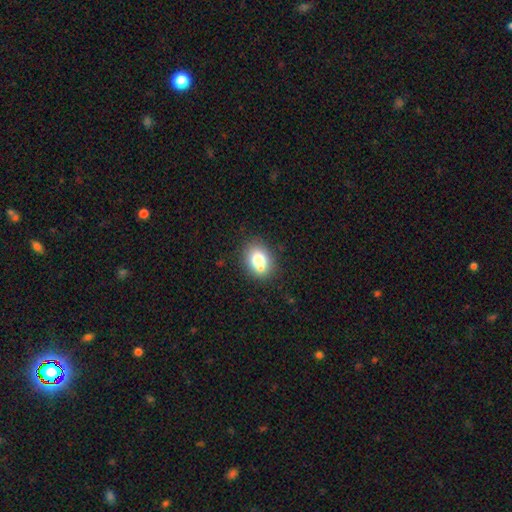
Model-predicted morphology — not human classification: smooth-or-featured: smooth: 73% | featured or disk: 17% | star or artifact: 10%
  how-rounded: in between: 55% | round: 44% | cigar-shaped: 1%
  merging: none: 64% | merger: 19% | minor disturbance: 13% | major disturbance: 4%